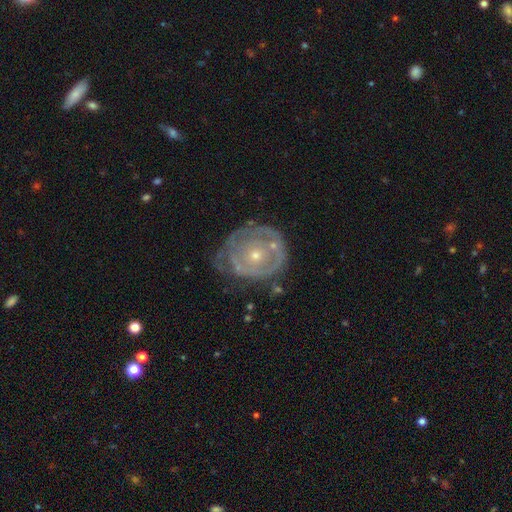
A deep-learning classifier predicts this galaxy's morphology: This is likely a featured or disk galaxy (76%). It is clearly not viewed edge-on (97%). Bar: clearly no (86%). Spiral arm pattern: likely yes (63%). Central bulge: likely small (66%). Merging: possibly none (57%).